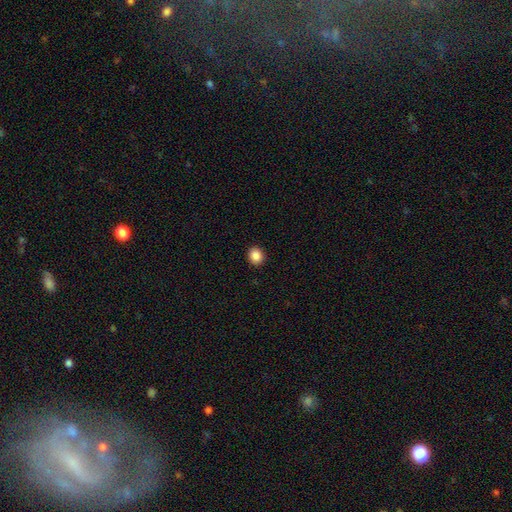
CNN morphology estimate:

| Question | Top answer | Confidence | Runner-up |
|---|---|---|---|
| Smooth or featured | smooth | 87% | star or artifact (9%) |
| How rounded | round | 77% | in between (22%) |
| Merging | none | 93% | minor disturbance (5%) |